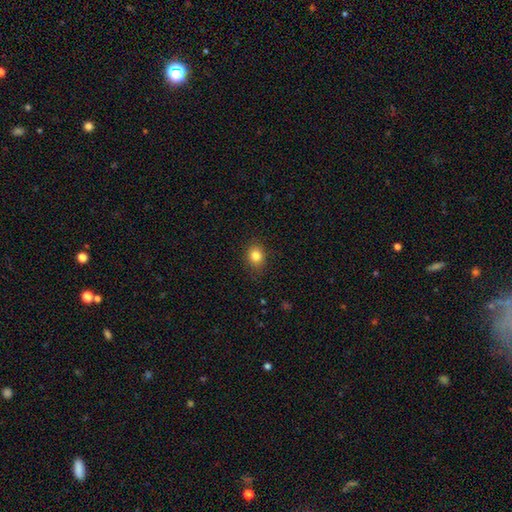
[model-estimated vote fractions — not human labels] Smooth or featured? smooth (83%)
How rounded? round (65%)
Merging? none (86%)